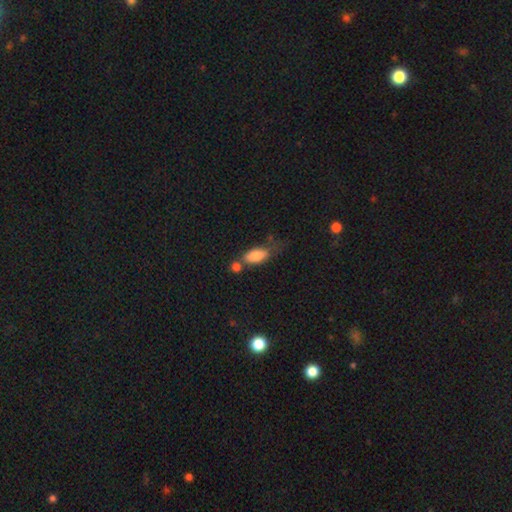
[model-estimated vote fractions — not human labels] Overall: smooth (81%). How rounded: in between (86%). Merging: none (40%; merger 25%).